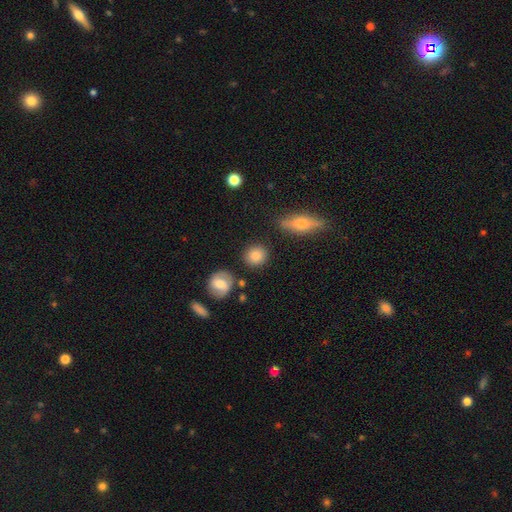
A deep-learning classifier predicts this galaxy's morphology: Overall: smooth (84%). How rounded: round (84%). Merging: none (85%).